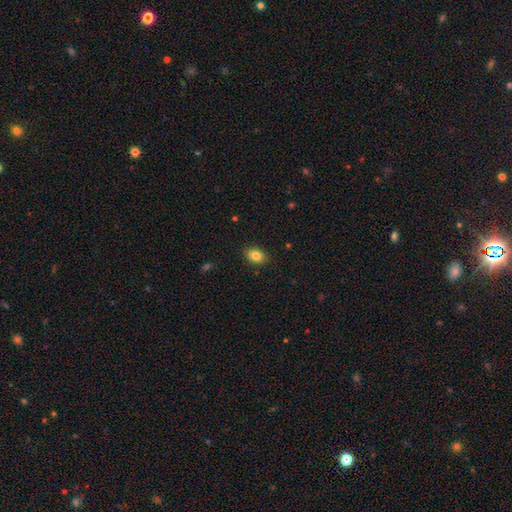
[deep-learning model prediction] This is clearly a smooth galaxy (83%). How rounded: likely in between (67%). Merging: clearly none (88%).